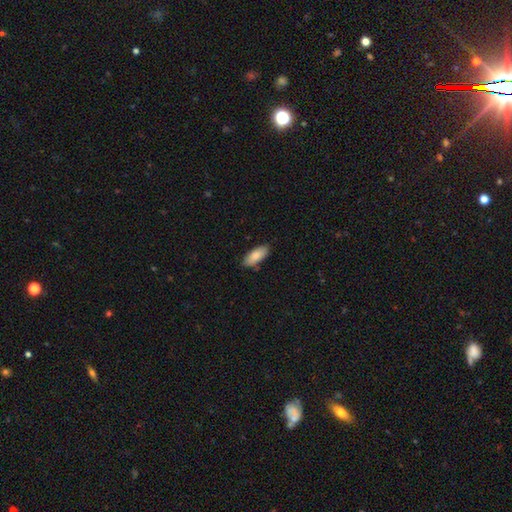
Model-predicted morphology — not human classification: A smooth galaxy with no disk features (85%) that is in between round and cigar-shaped (85%). Merging: none (85%).